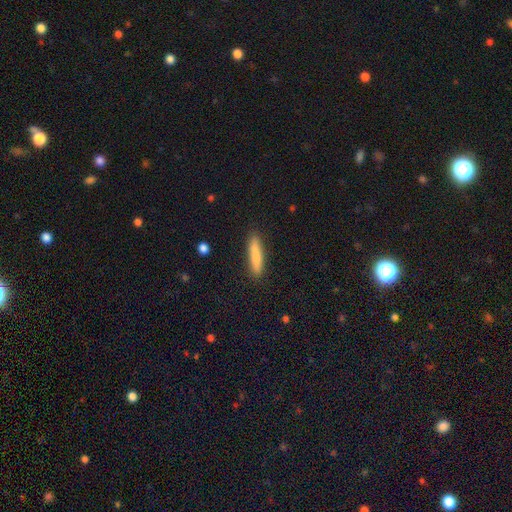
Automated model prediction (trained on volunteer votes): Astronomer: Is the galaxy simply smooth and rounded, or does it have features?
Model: smooth — 81%.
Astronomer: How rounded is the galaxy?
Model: cigar-shaped — 86%.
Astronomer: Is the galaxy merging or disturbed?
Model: none — 89%.